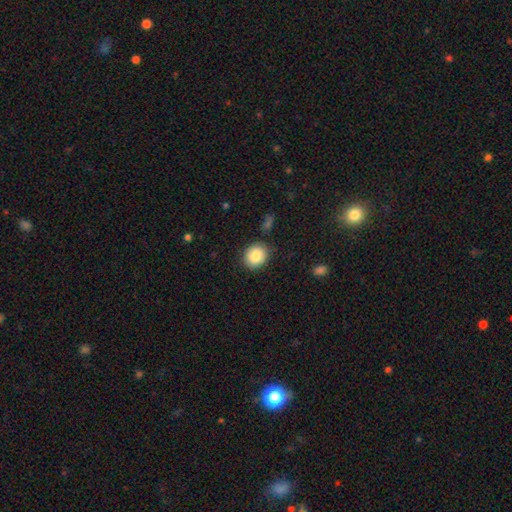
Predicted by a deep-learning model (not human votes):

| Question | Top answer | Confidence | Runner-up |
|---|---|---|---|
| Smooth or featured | smooth | 85% | star or artifact (8%) |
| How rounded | round | 70% | in between (29%) |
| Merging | none | 86% | minor disturbance (9%) |